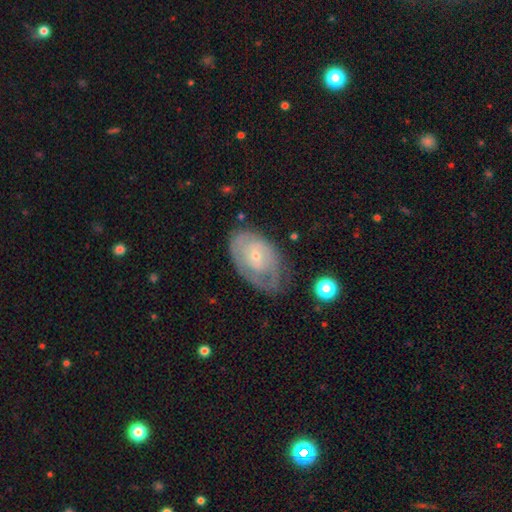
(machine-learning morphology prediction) type=featured or disk (71%); edge-on=no (95%); bar=no (79%); spiral arms=yes (75%); winding=tight (67%); arm count=can't tell (50%); bulge=small (73%); merging=none (57%).